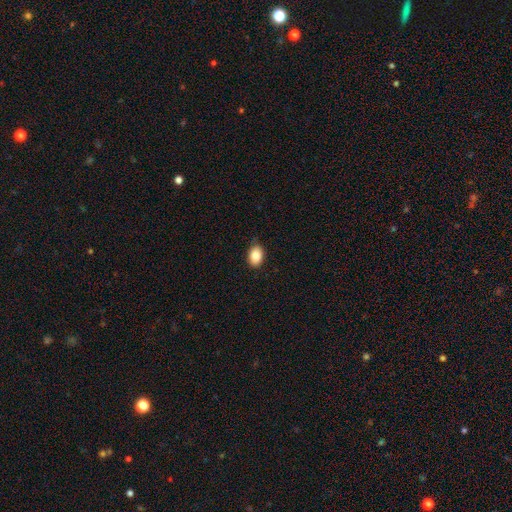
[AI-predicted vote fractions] A smooth galaxy with no disk features (87%) that is in between round and cigar-shaped (84%).

Vote fractions:
- Smooth or featured? smooth: 87% / star or artifact: 8% / featured or disk: 5%
- How rounded? in between: 84% / round: 15% / cigar-shaped: 1%
- Merging? none: 82% / minor disturbance: 15% / major disturbance: 2% / merger: 1%